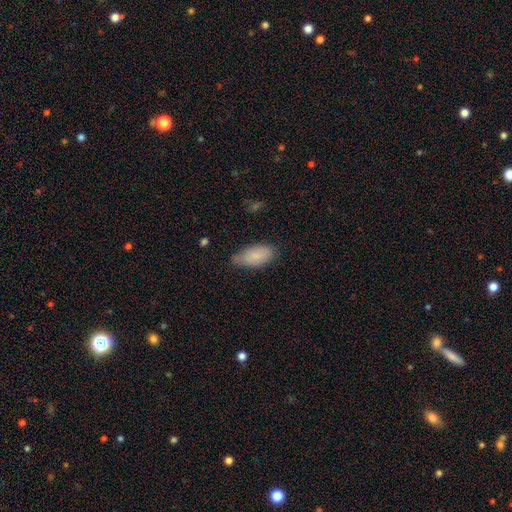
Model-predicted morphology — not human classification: The model was most divided on "merging": none: 67%, minor disturbance: 27%, major disturbance: 4%, merger: 2%. More confident: how rounded — in between (91%); smooth or featured — smooth (82%).